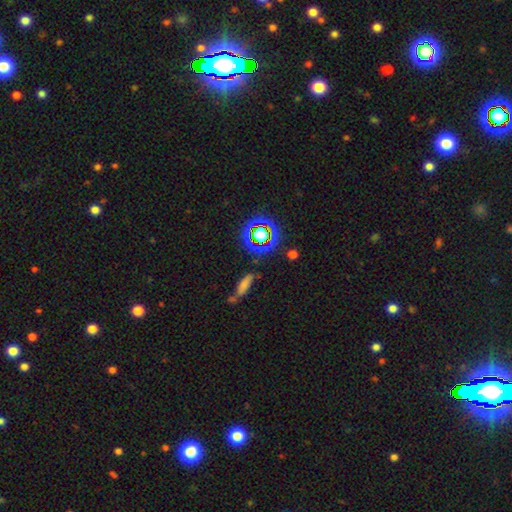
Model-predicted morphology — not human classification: Smooth or featured? star or artifact (61%)